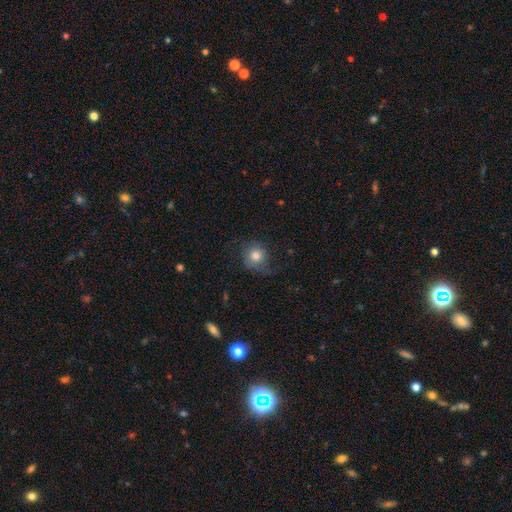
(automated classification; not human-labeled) A smooth galaxy with no disk features (78%) that is round (86%). Merging: none (61%).